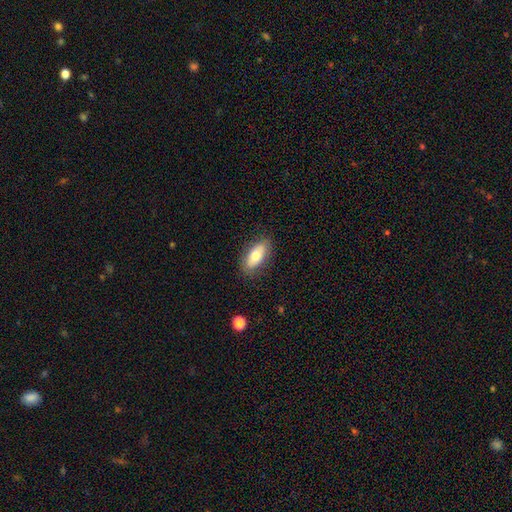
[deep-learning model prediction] This is likely a smooth galaxy (71%). How rounded: clearly in between (85%). Merging: clearly none (84%).